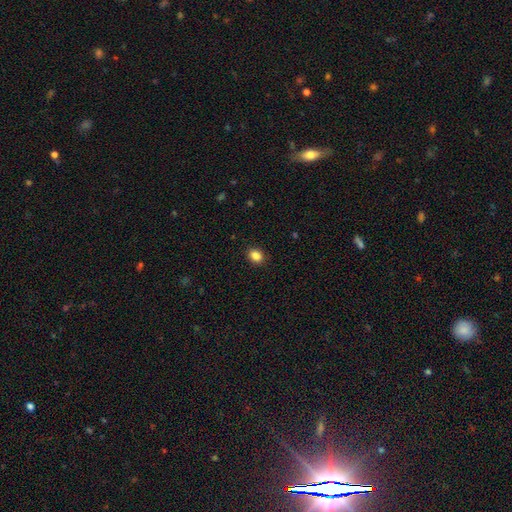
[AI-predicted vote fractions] smooth-or-featured: smooth: 87% | star or artifact: 10% | featured or disk: 4%
  how-rounded: in between: 60% | round: 39% | cigar-shaped: 1%
  merging: none: 90% | minor disturbance: 7% | major disturbance: 2% | merger: 1%